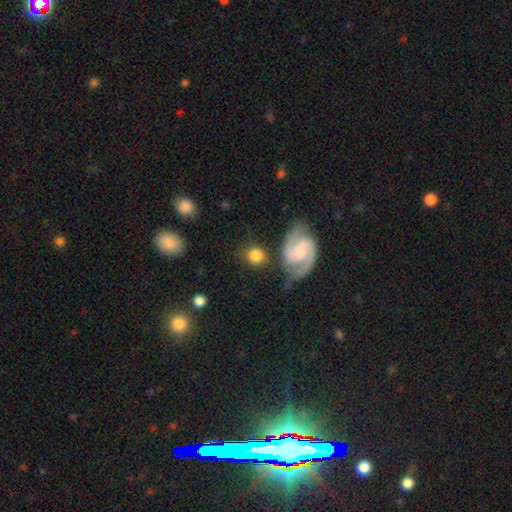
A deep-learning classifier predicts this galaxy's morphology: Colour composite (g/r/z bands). It shows a smooth galaxy with no disk features (67%) that is round (84%). Merging: none (71%).